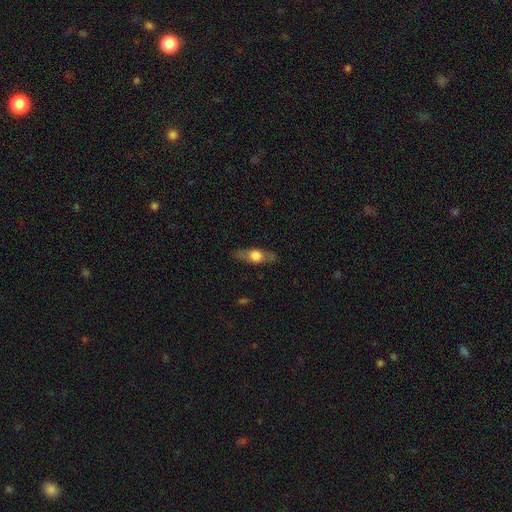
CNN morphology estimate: This is possibly a featured or disk galaxy (48%). Merging: clearly none (83%).